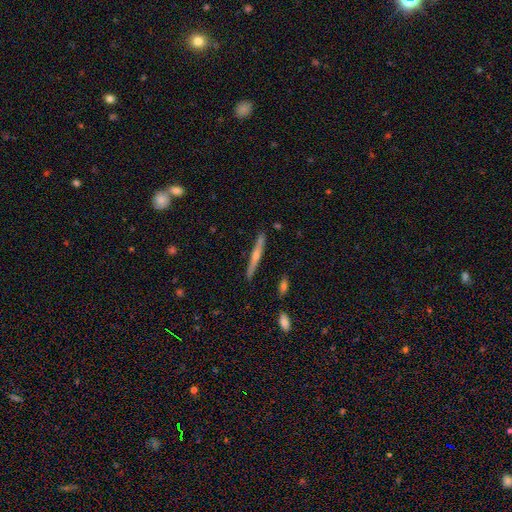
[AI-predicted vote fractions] Smooth or featured: featured or disk — 65% (smooth — 28%)
Edge-on disk: yes — 97% (no — 3%)
Edge-on bulge: rounded — 77% (none — 18%)
Merging: none — 89% (minor disturbance — 8%)